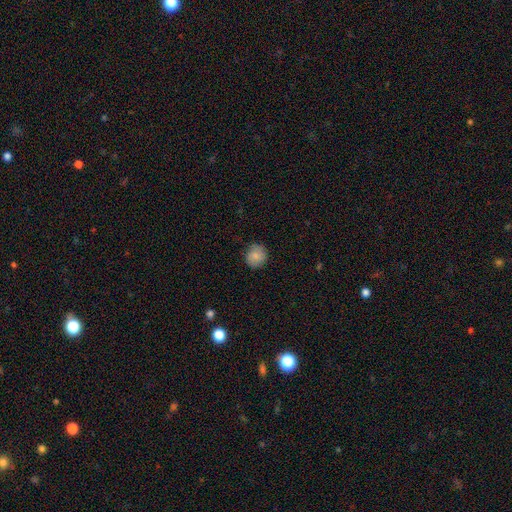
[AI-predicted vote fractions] A smooth galaxy with no disk features (83%) that is round (88%).

Vote fractions:
- Smooth or featured? smooth: 83% / featured or disk: 9% / star or artifact: 8%
- How rounded? round: 88% / in between: 11% / cigar-shaped: 1%
- Merging? none: 83% / minor disturbance: 13% / major disturbance: 3% / merger: 1%